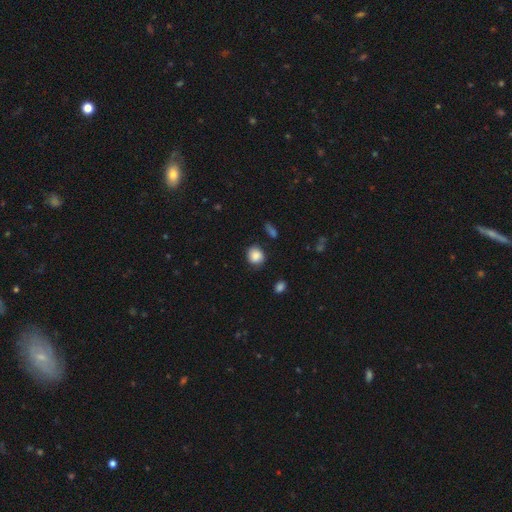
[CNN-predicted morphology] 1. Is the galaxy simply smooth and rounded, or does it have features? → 86% smooth, 9% star or artifact, 6% featured or disk.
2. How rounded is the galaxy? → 80% round, 19% in between, 1% cigar-shaped.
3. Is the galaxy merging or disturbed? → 79% none, 16% minor disturbance, 4% major disturbance, 2% merger.